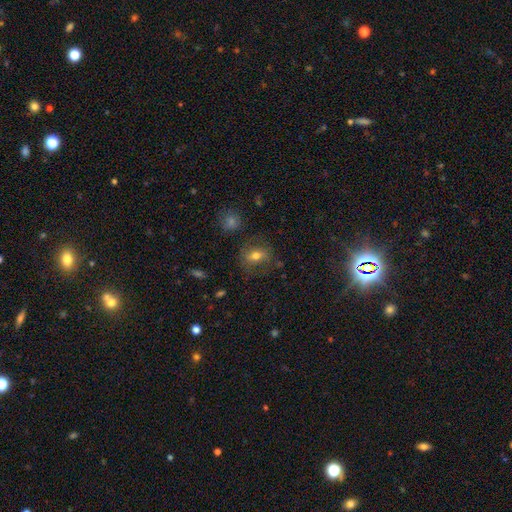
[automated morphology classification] type=smooth (59%); roundness=in between (53%); merging=none (71%).